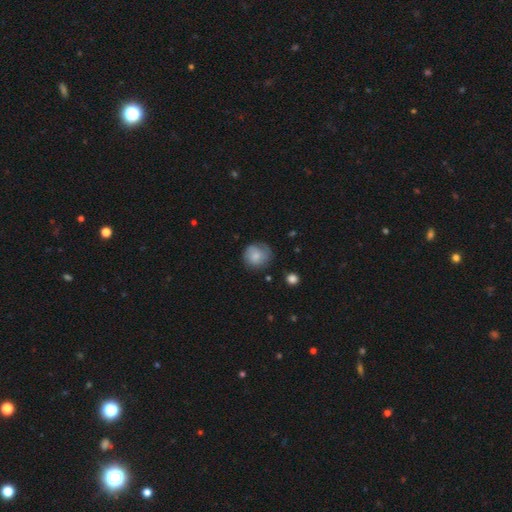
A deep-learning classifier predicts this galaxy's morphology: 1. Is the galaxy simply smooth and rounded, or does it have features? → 74% smooth, 18% featured or disk, 8% star or artifact.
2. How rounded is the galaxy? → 86% round, 13% in between, 1% cigar-shaped.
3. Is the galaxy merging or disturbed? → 69% none, 23% minor disturbance, 6% major disturbance, 2% merger.